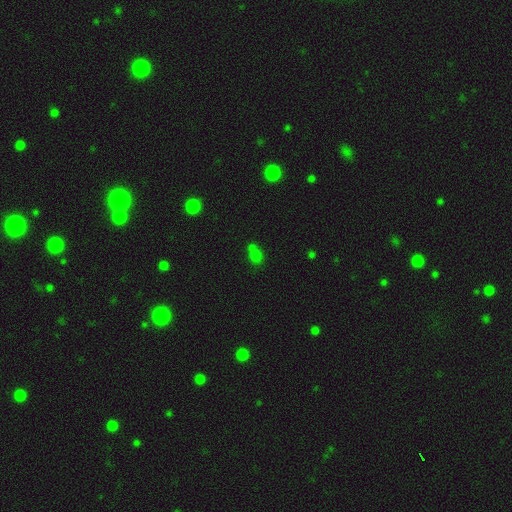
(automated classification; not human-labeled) smooth_or_featured: smooth (p=0.65) [alt: star or artifact p=0.26]
how_rounded: round (p=0.52) [alt: in between p=0.45]
merging: none (p=0.43) [alt: merger p=0.40]